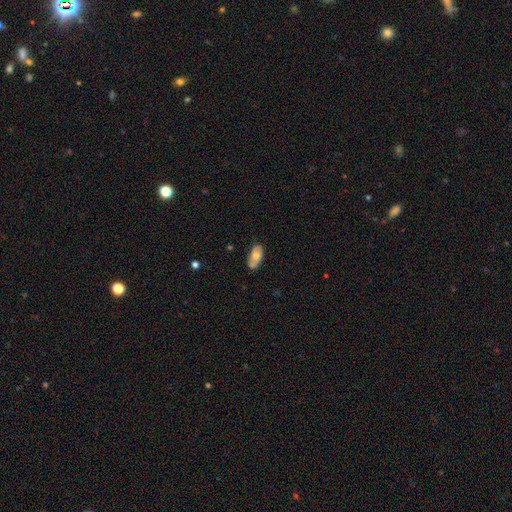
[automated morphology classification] Q: Smooth or featured?
A: smooth (56%); runner-up: featured or disk (37%)
Q: How rounded?
A: in between (91%); runner-up: cigar-shaped (6%)
Q: Merging?
A: none (74%); runner-up: minor disturbance (19%)